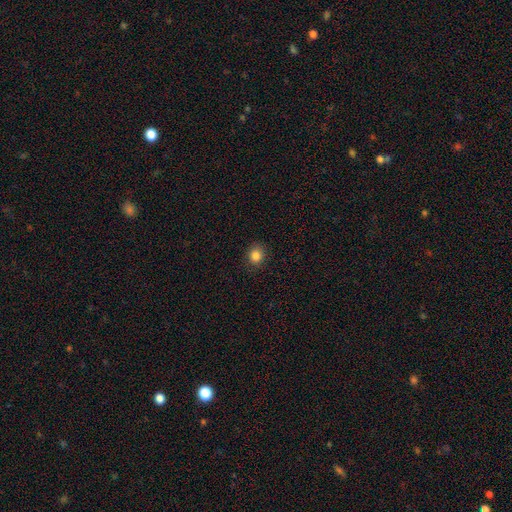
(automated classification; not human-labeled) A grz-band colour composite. It shows a smooth galaxy with no disk features (84%) that is round (77%). Merging: none (89%).